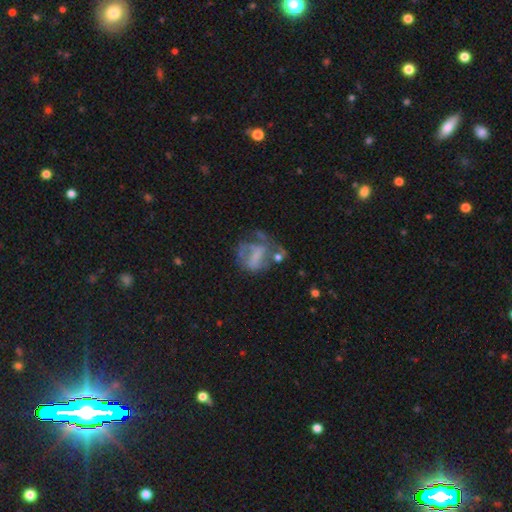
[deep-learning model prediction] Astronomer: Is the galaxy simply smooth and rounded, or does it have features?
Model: featured or disk — 58%.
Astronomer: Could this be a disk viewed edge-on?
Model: no — 97%.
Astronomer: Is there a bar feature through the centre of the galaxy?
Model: no — 48% (runner-up: weak, 31%).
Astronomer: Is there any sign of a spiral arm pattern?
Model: no — 59% (runner-up: yes, 41%).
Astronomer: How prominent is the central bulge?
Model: none — 58%.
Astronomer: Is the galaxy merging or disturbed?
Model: major disturbance — 38% (runner-up: none, 31%).